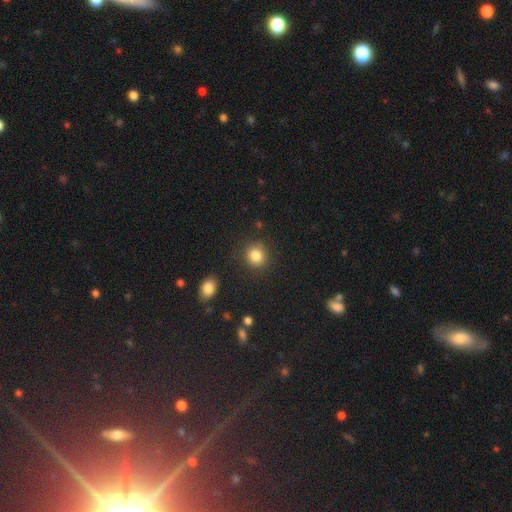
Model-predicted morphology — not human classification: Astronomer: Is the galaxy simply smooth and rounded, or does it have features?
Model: smooth — 84%.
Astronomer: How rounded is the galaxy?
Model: round — 86%.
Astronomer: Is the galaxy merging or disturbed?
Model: none — 88%.